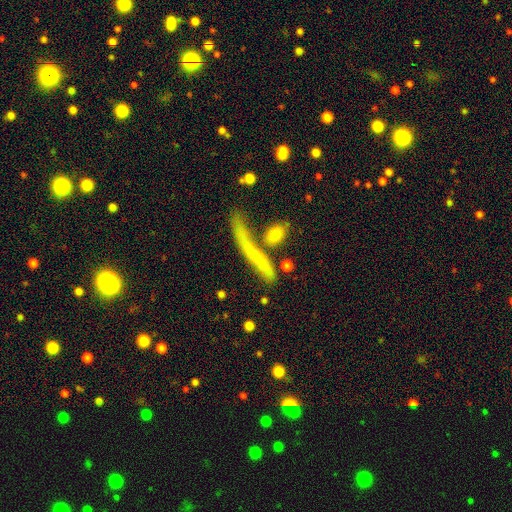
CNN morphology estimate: Q: Smooth or featured?
A: smooth (54%); runner-up: featured or disk (35%)
Q: How rounded?
A: cigar-shaped (86%); runner-up: in between (9%)
Q: Merging?
A: none (53%); runner-up: merger (18%)